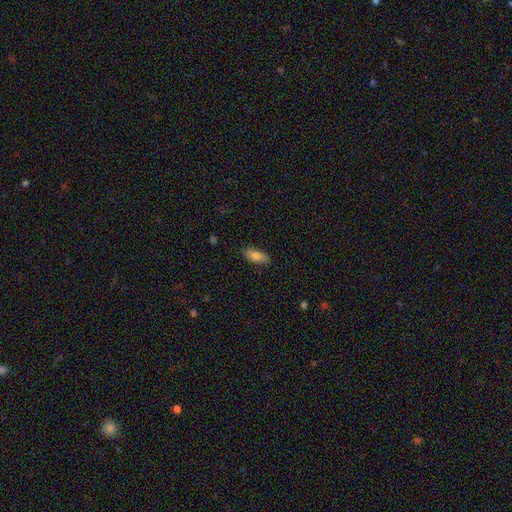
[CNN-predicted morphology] smooth_or_featured: smooth (p=0.80) [alt: featured or disk p=0.13]
how_rounded: in between (p=0.77) [alt: cigar-shaped p=0.21]
merging: none (p=0.85) [alt: minor disturbance p=0.11]